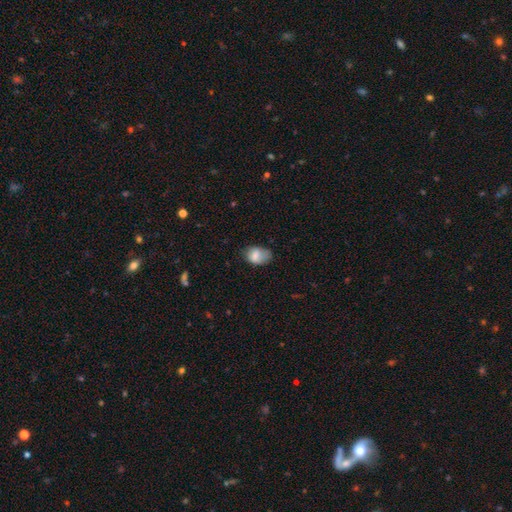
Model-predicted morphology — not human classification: Overall: smooth (79%). How rounded: in between (79%). Merging: none (48%; minor disturbance 36%).